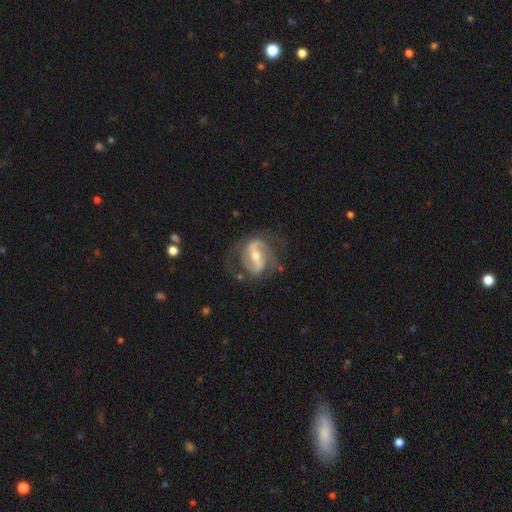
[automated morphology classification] The model was most divided on "spiral winding": medium: 48%, loose: 29%, tight: 22%. More confident: edge-on disk — no (96%); spiral arms — yes (90%); smooth or featured — featured or disk (86%); spiral arm count — 2 (85%); merging — none (66%); bar — strong (60%); bulge size — moderate (58%).